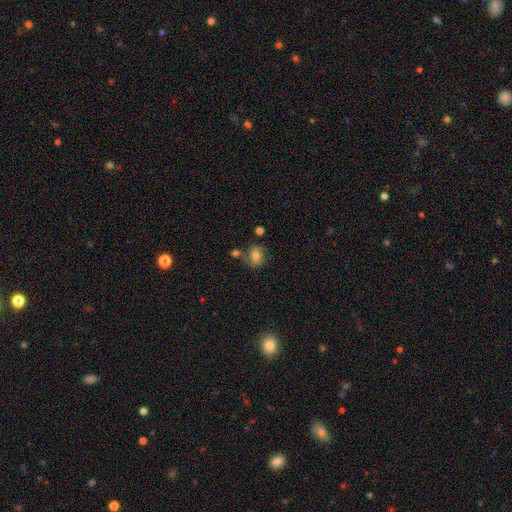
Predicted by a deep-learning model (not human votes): smooth 64%, featured or disk 24%, star or artifact 12%. Down the decision tree: how rounded — in between (52%); merging — none (60%).